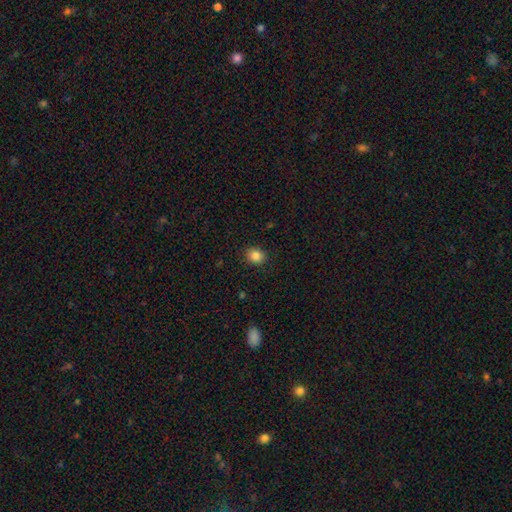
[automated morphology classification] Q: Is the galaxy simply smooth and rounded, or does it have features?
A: smooth — 85%.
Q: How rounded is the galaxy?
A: round — 71%.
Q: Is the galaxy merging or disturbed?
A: none — 90%.